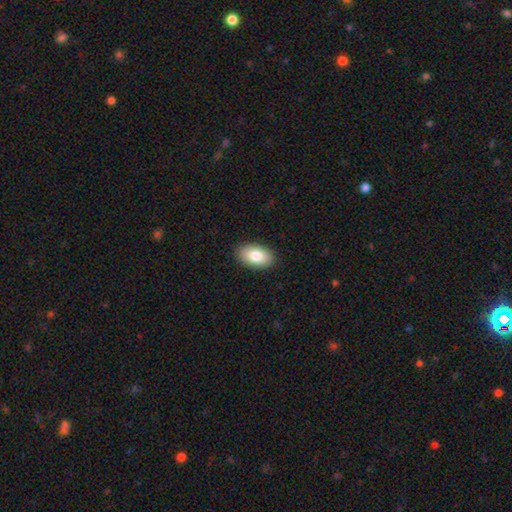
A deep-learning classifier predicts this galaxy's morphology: smooth 84%, featured or disk 10%, star or artifact 6%. Down the decision tree: how rounded — in between (95%); merging — none (89%).